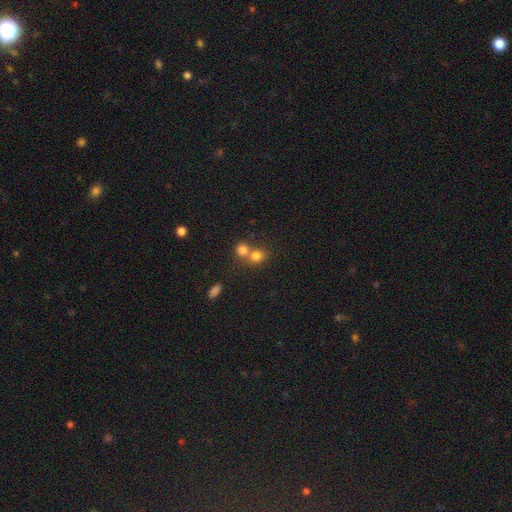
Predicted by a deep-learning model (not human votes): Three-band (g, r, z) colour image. It shows a smooth galaxy with no disk features (79%) that is round (77%). Merging: merger (49%).